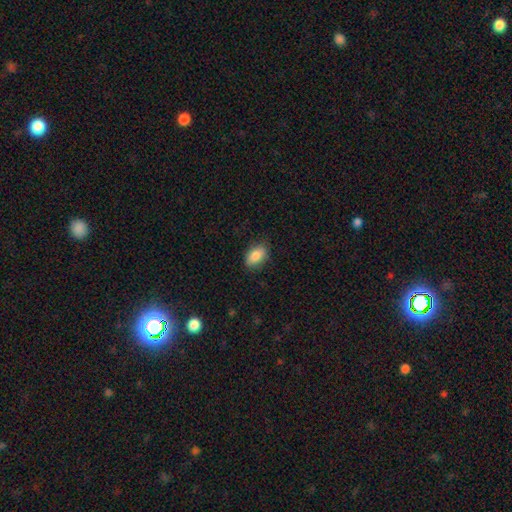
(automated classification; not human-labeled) The model was most divided on "merging": none: 81%, minor disturbance: 14%, major disturbance: 3%, merger: 1%. More confident: how rounded — in between (88%); smooth or featured — smooth (84%).